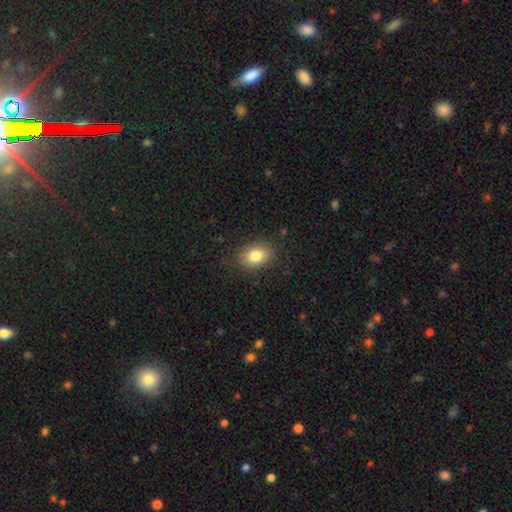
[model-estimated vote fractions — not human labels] A smooth galaxy with no disk features (82%) that is in between round and cigar-shaped (75%). Merging: none (84%).